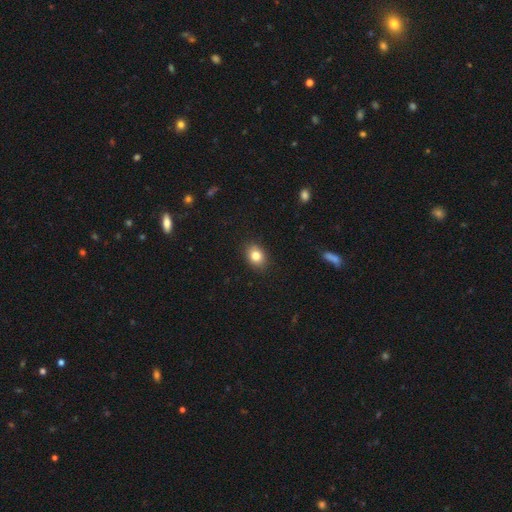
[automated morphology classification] Smooth or featured? smooth (82%)
How rounded? in between (64%)
Merging? none (89%)